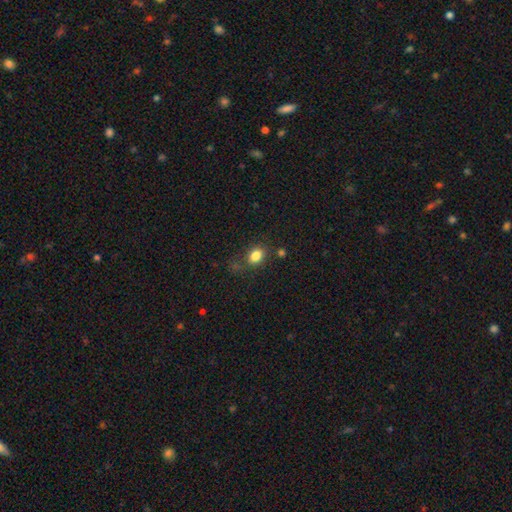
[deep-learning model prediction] Q: Smooth or featured?
A: smooth (82%); runner-up: star or artifact (11%)
Q: How rounded?
A: in between (64%); runner-up: round (35%)
Q: Merging?
A: none (66%); runner-up: minor disturbance (19%)